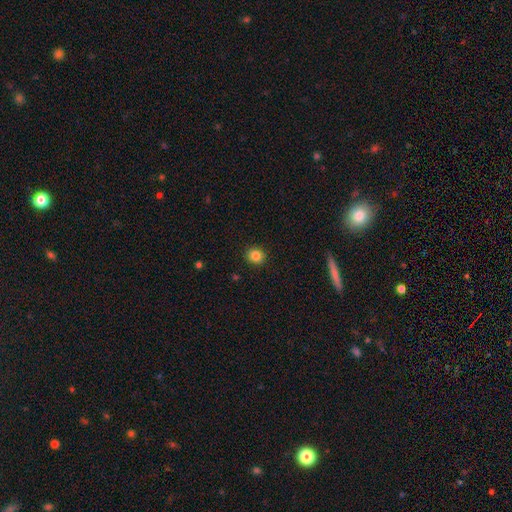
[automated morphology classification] smooth 85%, star or artifact 10%, featured or disk 5%. Down the decision tree: how rounded — round (80%); merging — none (91%).